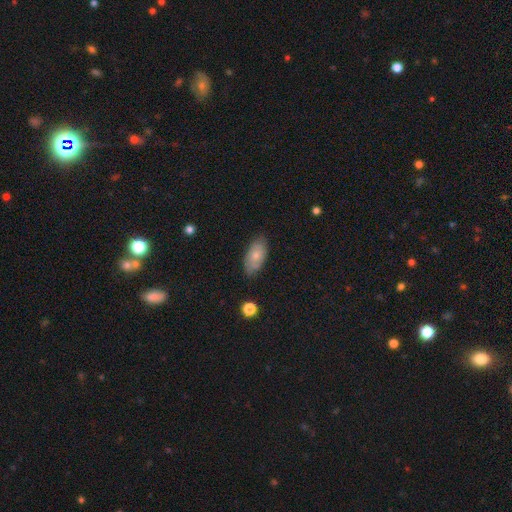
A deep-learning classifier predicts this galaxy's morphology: A smooth galaxy with no disk features (70%) that is in between round and cigar-shaped (92%). Merging: none (79%).